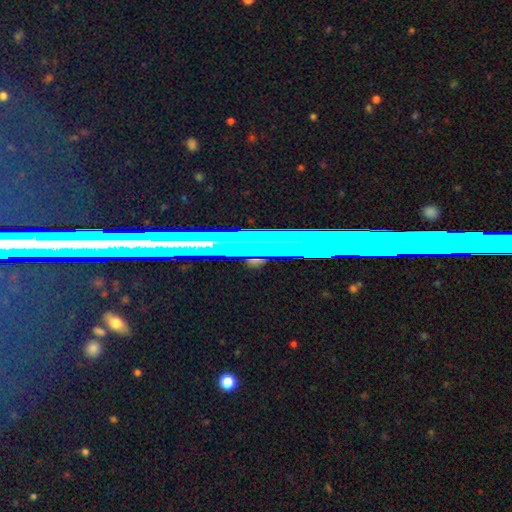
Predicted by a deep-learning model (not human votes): Q: Smooth or featured?
A: star or artifact (64%); runner-up: featured or disk (24%)